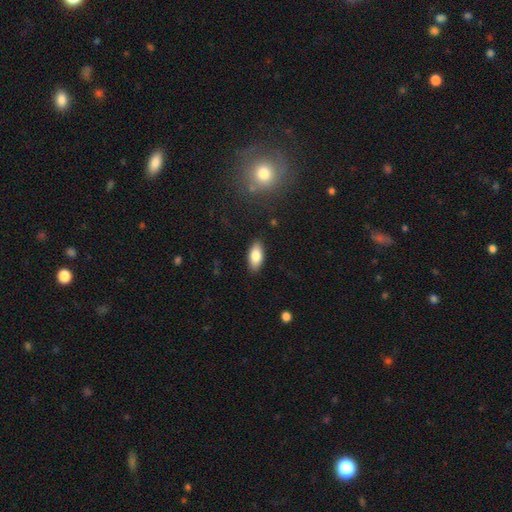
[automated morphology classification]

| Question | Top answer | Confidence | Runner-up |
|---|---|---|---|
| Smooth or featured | smooth | 83% | featured or disk (10%) |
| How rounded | in between | 89% | cigar-shaped (8%) |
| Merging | none | 88% | minor disturbance (9%) |